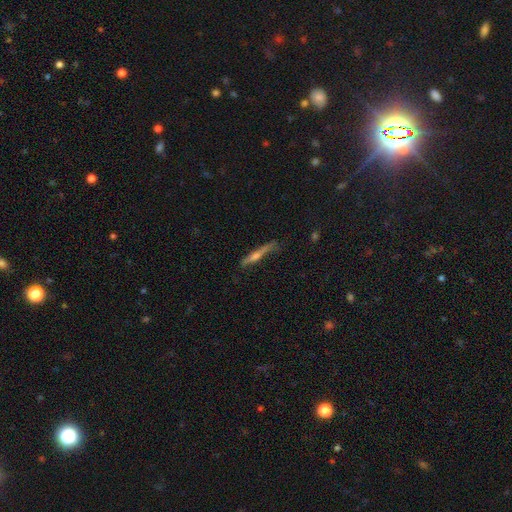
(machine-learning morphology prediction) smooth_or_featured: featured or disk (p=0.65) [alt: smooth p=0.26]
disk_edge_on: yes (p=0.93) [alt: no p=0.07]
edge_on_bulge: rounded (p=0.79) [alt: none p=0.14]
merging: none (p=0.69) [alt: minor disturbance p=0.21]